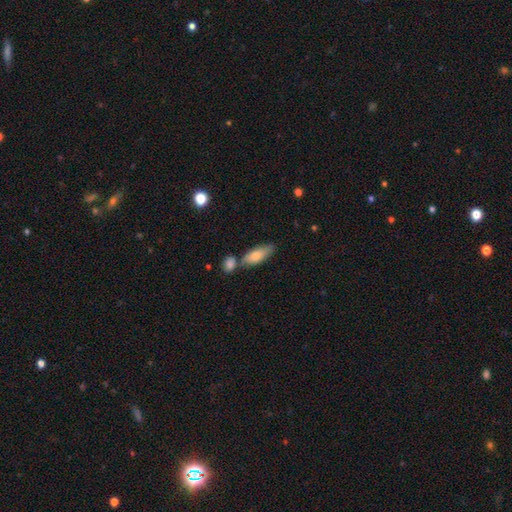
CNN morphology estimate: This is likely a smooth galaxy (74%). How rounded: likely in between (69%). Merging: likely none (61%).